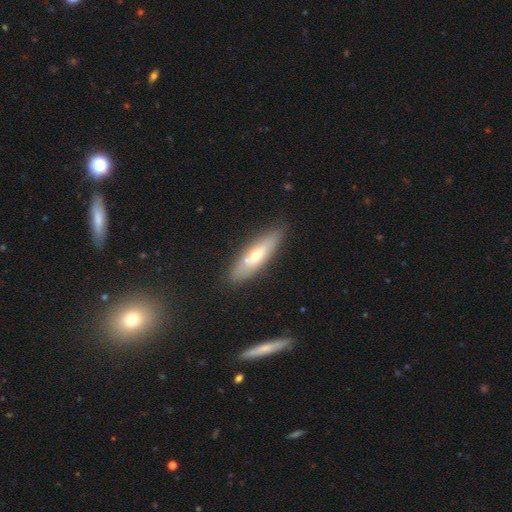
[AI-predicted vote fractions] This appears to be a smooth galaxy with no disk features (46%, tied with featured or disk). Merging: none (81%).